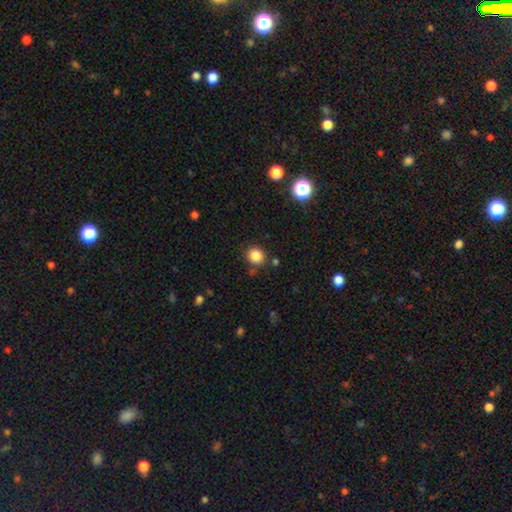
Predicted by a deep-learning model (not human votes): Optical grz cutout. It shows a smooth galaxy with no disk features (85%) that is round (77%). Merging: none (84%).